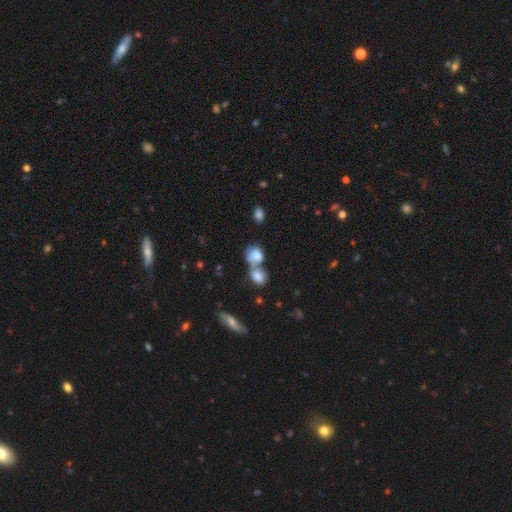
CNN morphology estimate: This appears to be a smooth galaxy with no disk features (78%) that is in between round and cigar-shaped (54%). Merging: merger (63%).